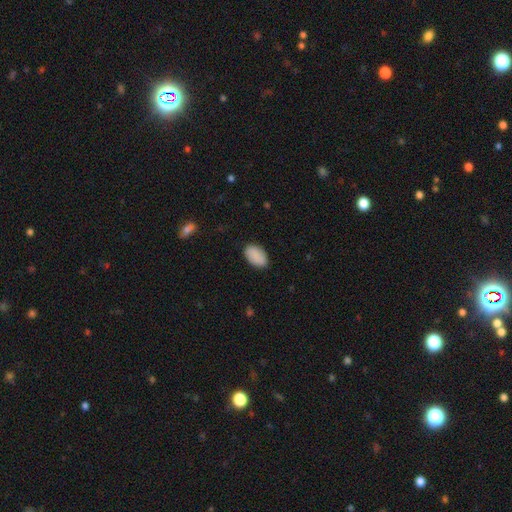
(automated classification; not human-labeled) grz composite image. It shows a smooth galaxy with no disk features (89%) that is in between round and cigar-shaped (92%). Merging: none (87%).